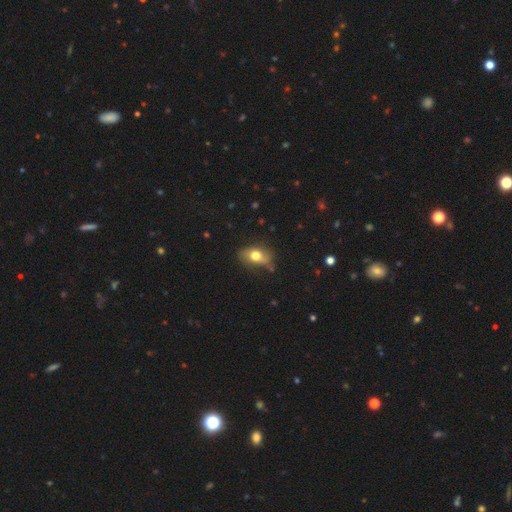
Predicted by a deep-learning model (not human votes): Overall: smooth (70%). How rounded: in between (80%). Merging: none (65%; minor disturbance 25%).